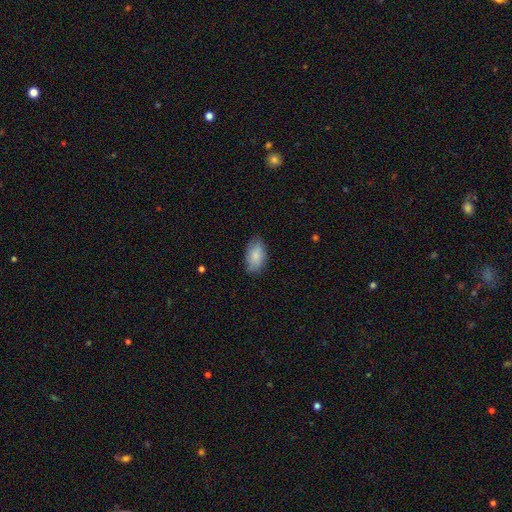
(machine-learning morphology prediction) smooth 80%, featured or disk 13%, star or artifact 6%. Down the decision tree: how rounded — in between (93%); merging — none (76%).